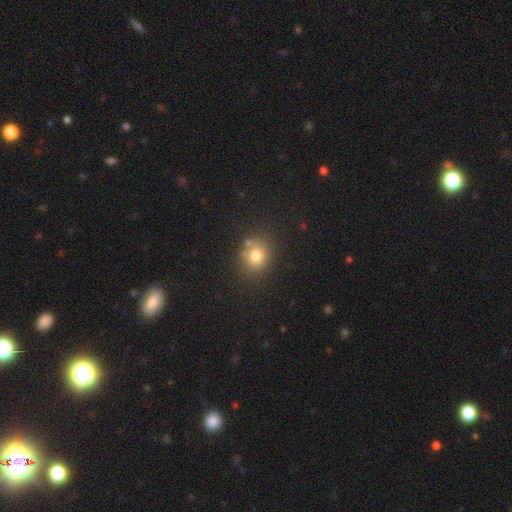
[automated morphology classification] smooth-or-featured: smooth: 77% | star or artifact: 14% | featured or disk: 10%
  how-rounded: round: 64% | in between: 35% | cigar-shaped: 1%
  merging: none: 71% | minor disturbance: 14% | merger: 11% | major disturbance: 4%